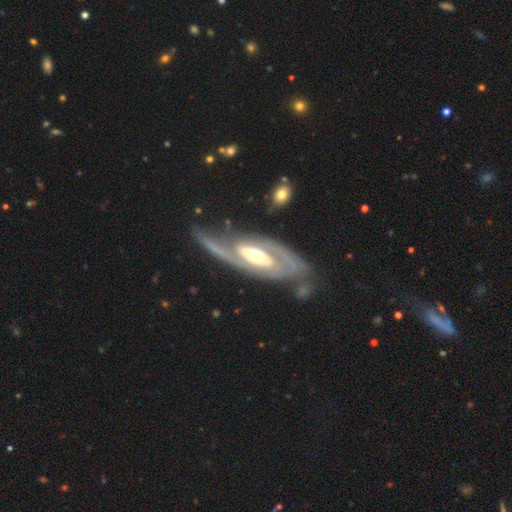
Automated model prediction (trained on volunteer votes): Smooth or featured? featured or disk (88%)
Edge-on disk? no (90%)
Bar? no (45%)
Spiral arms? yes (89%)
Spiral winding? tight (46%)
Spiral arm count? 2 (74%)
Bulge size? moderate (66%)
Merging? none (61%)